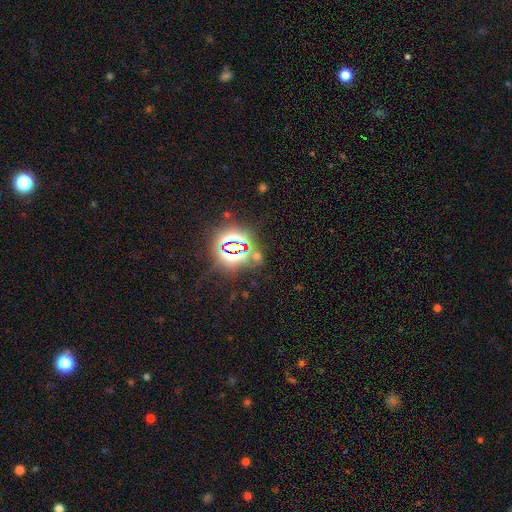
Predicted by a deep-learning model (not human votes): The model was most divided on "smooth or featured": star or artifact: 73%, smooth: 19%, featured or disk: 8%.